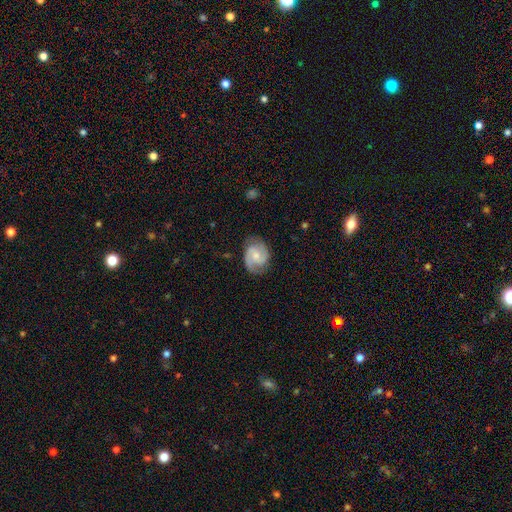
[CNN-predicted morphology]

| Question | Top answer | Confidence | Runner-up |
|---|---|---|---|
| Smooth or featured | featured or disk | 83% | smooth (12%) |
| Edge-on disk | no | 98% | yes (2%) |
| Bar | no | 53% | weak (40%) |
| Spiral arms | yes | 97% | no (3%) |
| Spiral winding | medium | 50% | tight (37%) |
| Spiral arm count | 2 | 90% | can't tell (4%) |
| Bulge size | small | 48% | moderate (42%) |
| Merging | none | 79% | minor disturbance (15%) |